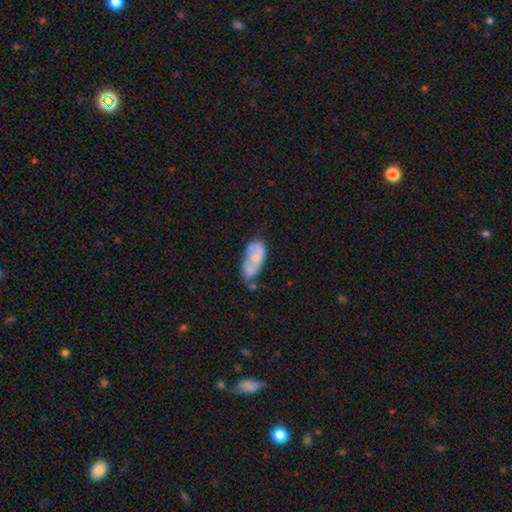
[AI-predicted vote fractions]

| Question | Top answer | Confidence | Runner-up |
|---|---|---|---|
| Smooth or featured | smooth | 51% | featured or disk (43%) |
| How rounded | in between | 90% | cigar-shaped (5%) |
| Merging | none | 34% | minor disturbance (30%) |